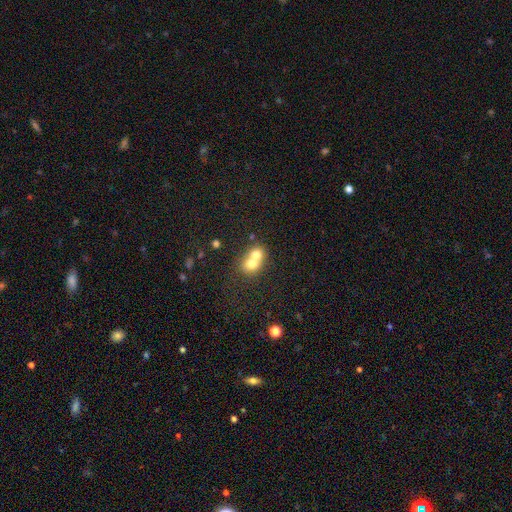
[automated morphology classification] A smooth galaxy with no disk features (70%) that is round (69%). Merging: merger (73%).